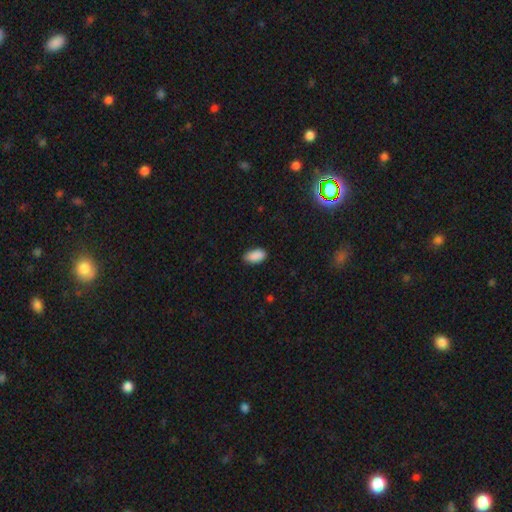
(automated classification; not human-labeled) smooth 89%, star or artifact 8%, featured or disk 3%. Down the decision tree: how rounded — in between (94%); merging — none (81%).